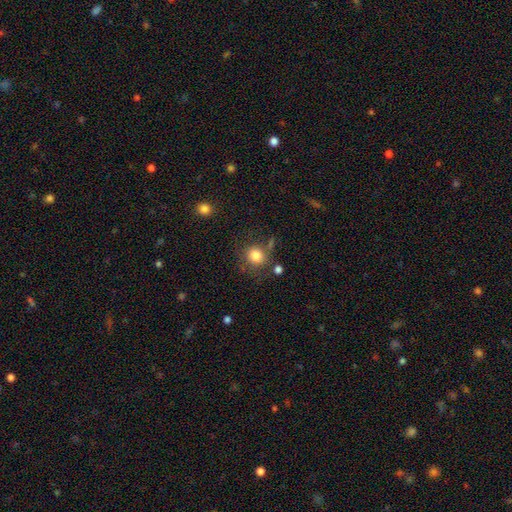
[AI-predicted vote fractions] The model was most divided on "merging": none: 72%, minor disturbance: 14%, merger: 7%, major disturbance: 6%. More confident: how rounded — round (85%); smooth or featured — smooth (82%).